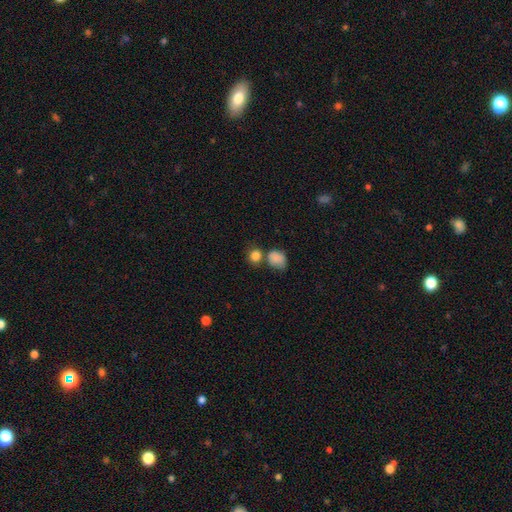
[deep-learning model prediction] Morphology: type=smooth (84%); roundness=round (69%); merging=none (52%).